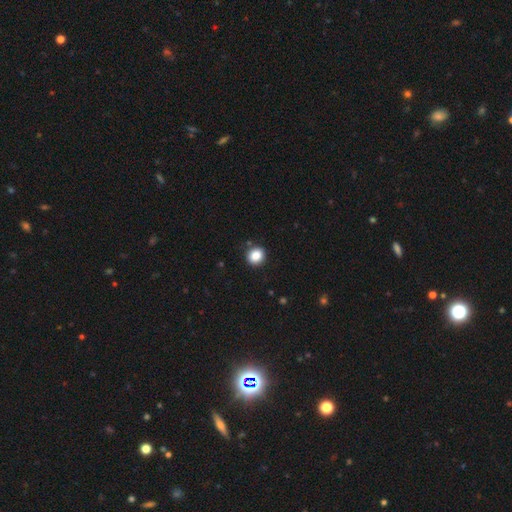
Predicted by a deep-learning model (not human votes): Overall: smooth (86%). How rounded: round (80%). Merging: none (87%).